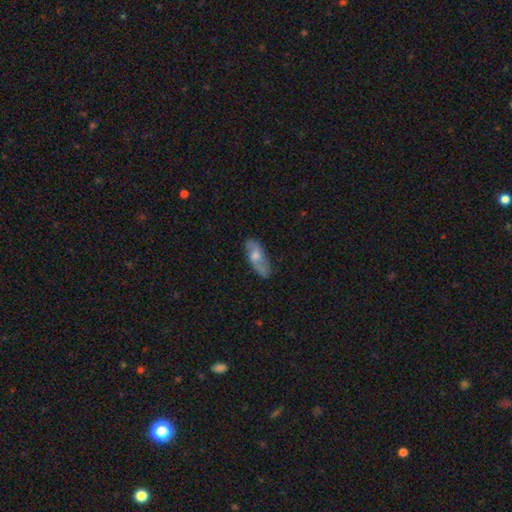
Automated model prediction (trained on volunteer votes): This is possibly a featured or disk galaxy (48%). Merging: clearly none (80%).